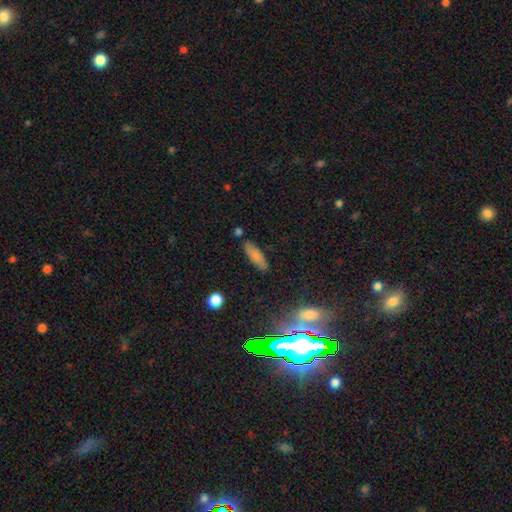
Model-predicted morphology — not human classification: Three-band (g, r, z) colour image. It shows a smooth galaxy with no disk features (78%) that is cigar-shaped (50%). Merging: none (81%).